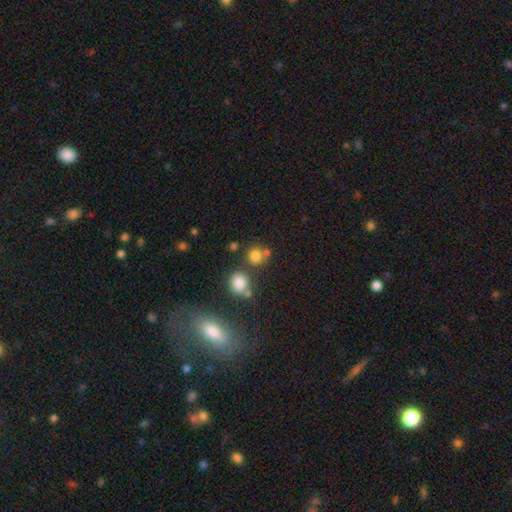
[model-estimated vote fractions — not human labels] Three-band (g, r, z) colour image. It shows a smooth galaxy with no disk features (77%) that is round (85%). Merging: none (63%).